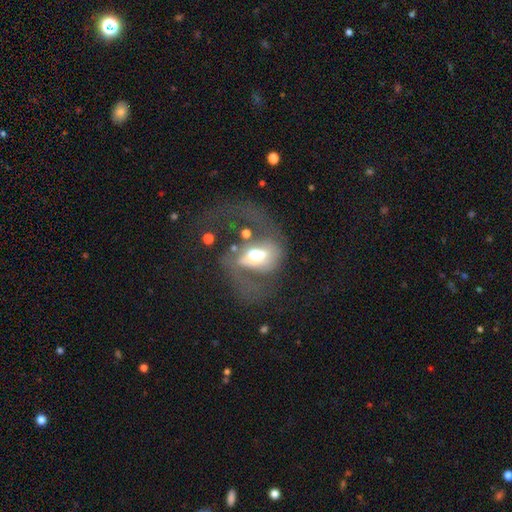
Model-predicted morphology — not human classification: A featured or disk galaxy (67%) with no bar (35%), spiral arms (62%) and a moderate central bulge (60%).

Vote fractions:
- Smooth or featured? featured or disk: 67% / smooth: 25% / star or artifact: 8%
- Edge-on disk? no: 92% / yes: 8%
- Bar? no: 35% / strong: 34% / weak: 32%
- Spiral arms? yes: 62% / no: 38%
- Bulge size? moderate: 60% / large: 26% / small: 9% / dominant: 4% / none: 1%
- Merging? major disturbance: 52% / none: 25% / minor disturbance: 13% / merger: 10%